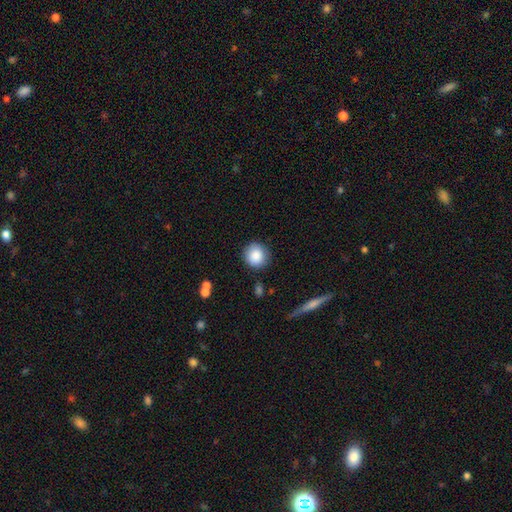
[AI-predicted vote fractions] This appears to be a smooth galaxy with no disk features (87%) that is round (90%). Merging: none (85%).